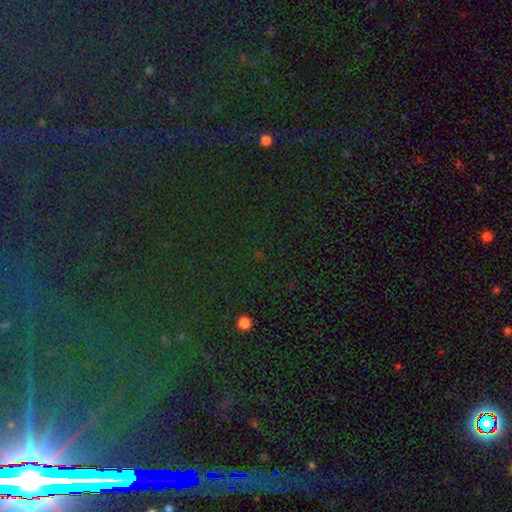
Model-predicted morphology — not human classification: type=star or artifact (80%).